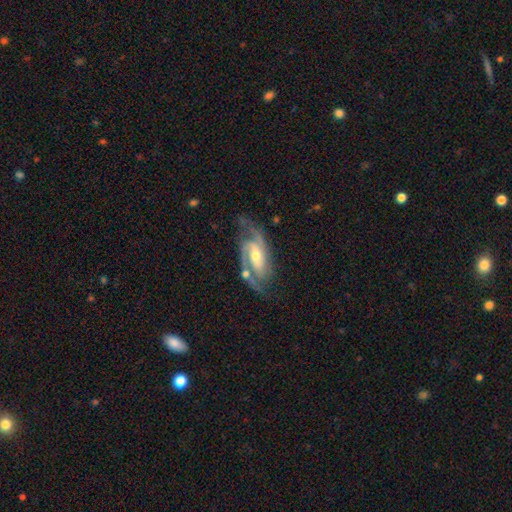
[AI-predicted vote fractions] smooth_or_featured: featured or disk (p=0.90) [alt: smooth p=0.05]
disk_edge_on: no (p=0.95) [alt: yes p=0.05]
bar: weak (p=0.42) [alt: no p=0.35]
has_spiral_arms: yes (p=0.98) [alt: no p=0.02]
spiral_winding: medium (p=0.51) [alt: tight p=0.37]
spiral_arm_count: 2 (p=0.75) [alt: 3 p=0.13]
bulge_size: moderate (p=0.56) [alt: small p=0.39]
merging: none (p=0.67) [alt: minor disturbance p=0.19]